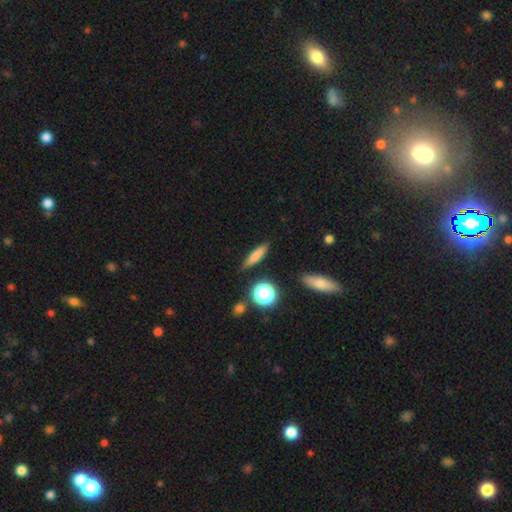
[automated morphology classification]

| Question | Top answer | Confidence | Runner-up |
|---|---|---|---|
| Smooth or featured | smooth | 74% | featured or disk (15%) |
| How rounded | cigar-shaped | 75% | in between (18%) |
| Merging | none | 85% | minor disturbance (10%) |